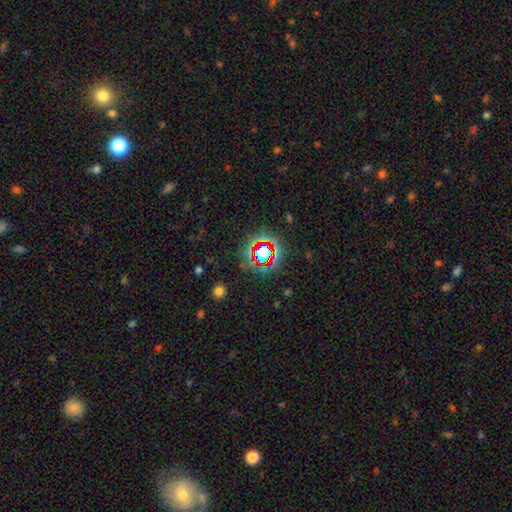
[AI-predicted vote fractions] A star or artifact, not a galaxy (73%).

Vote fractions:
- Smooth or featured? star or artifact: 73% / smooth: 17% / featured or disk: 10%